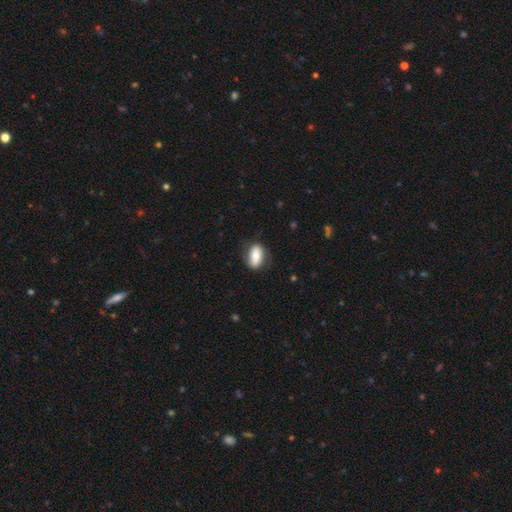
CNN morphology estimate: A smooth galaxy with no disk features (68%) that is in between round and cigar-shaped (87%).

Vote fractions:
- Smooth or featured? smooth: 68% / featured or disk: 25% / star or artifact: 7%
- How rounded? in between: 87% / round: 8% / cigar-shaped: 5%
- Merging? none: 79% / minor disturbance: 15% / major disturbance: 4% / merger: 1%